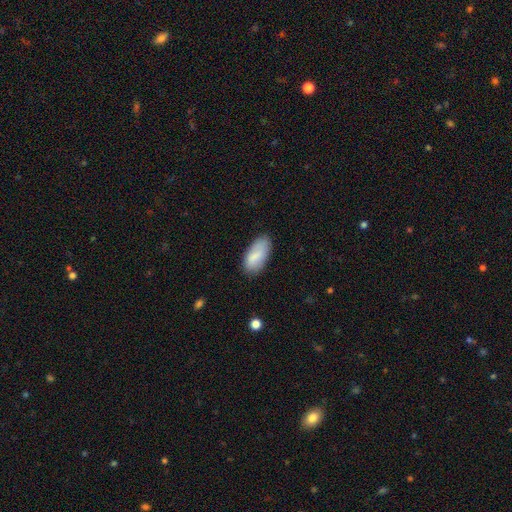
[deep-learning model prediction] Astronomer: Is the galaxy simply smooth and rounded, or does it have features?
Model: smooth — 83%.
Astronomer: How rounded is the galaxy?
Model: in between — 93%.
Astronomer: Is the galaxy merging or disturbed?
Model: none — 75%.